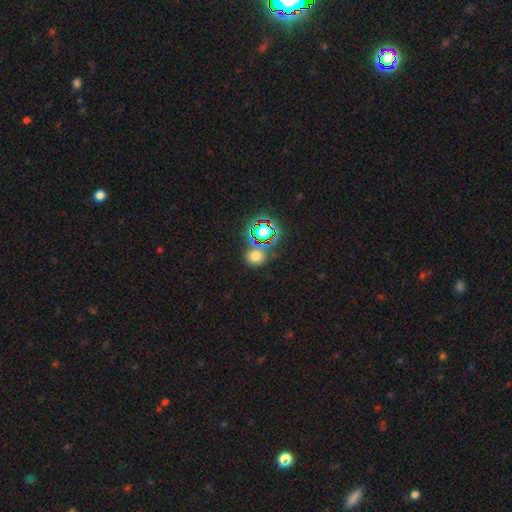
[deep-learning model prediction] smooth-or-featured: smooth: 62% | star or artifact: 30% | featured or disk: 8%
  how-rounded: round: 81% | in between: 18% | cigar-shaped: 1%
  merging: none: 71% | merger: 13% | minor disturbance: 11% | major disturbance: 5%